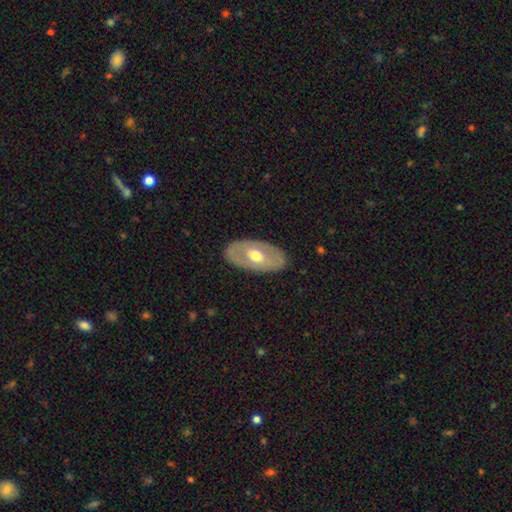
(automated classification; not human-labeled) Overall: featured or disk (52%; smooth 43%). Edge-on disk: no (85%). Merging: none (85%).